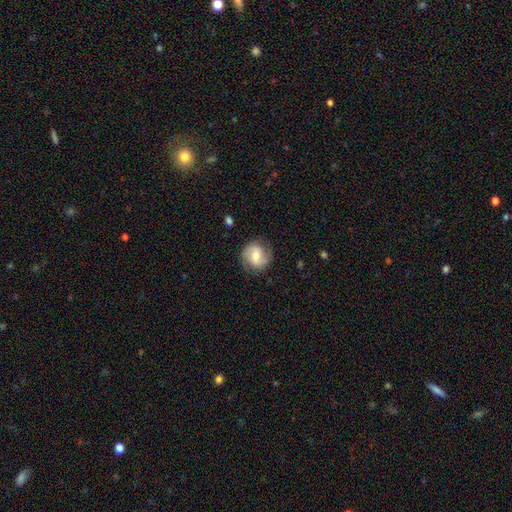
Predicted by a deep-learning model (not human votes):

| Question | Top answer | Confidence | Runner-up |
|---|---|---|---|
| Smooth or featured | featured or disk | 68% | smooth (26%) |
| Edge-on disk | no | 98% | yes (2%) |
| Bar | weak | 49% | no (28%) |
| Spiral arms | yes | 90% | no (10%) |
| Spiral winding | medium | 47% | tight (27%) |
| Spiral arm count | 2 | 89% | can't tell (5%) |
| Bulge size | moderate | 66% | small (24%) |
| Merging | none | 83% | minor disturbance (12%) |